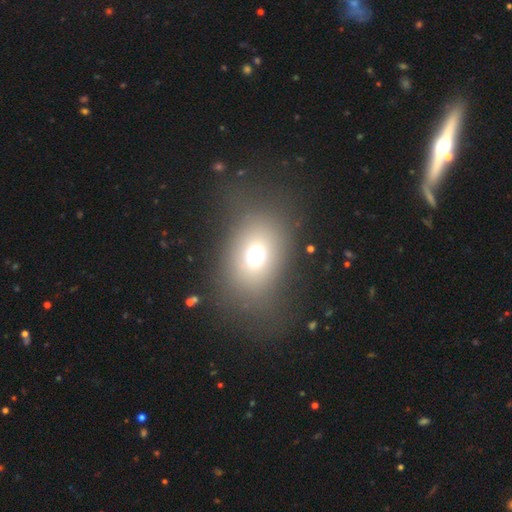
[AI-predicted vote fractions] smooth 66%, star or artifact 21%, featured or disk 13%. Down the decision tree: how rounded — in between (57%); merging — none (75%).